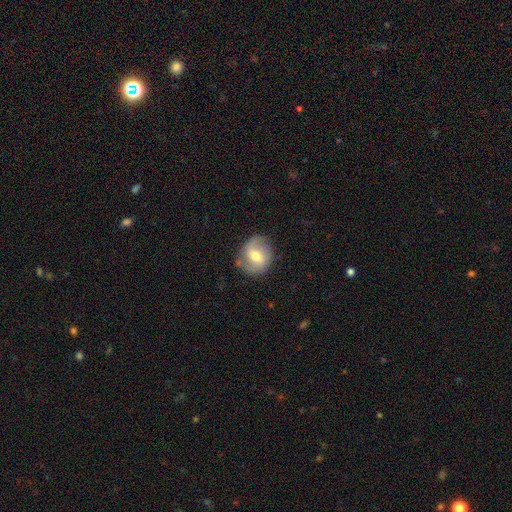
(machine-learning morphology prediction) type=featured or disk (57%); edge-on=no (96%); bar=weak (51%); spiral arms=yes (78%); bulge=moderate (65%); merging=none (74%).